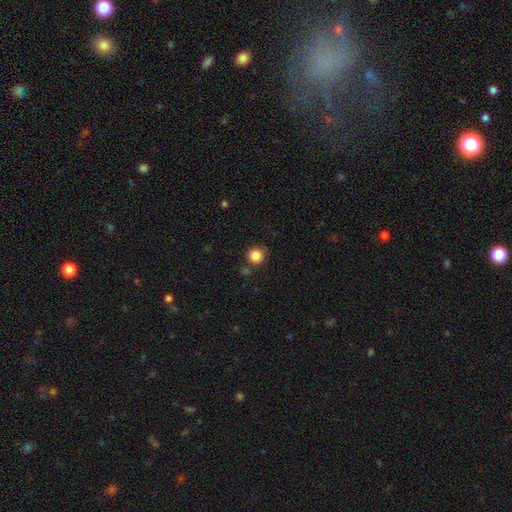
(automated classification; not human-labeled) smooth 86%, star or artifact 10%, featured or disk 3%. Down the decision tree: how rounded — round (94%); merging — none (81%).